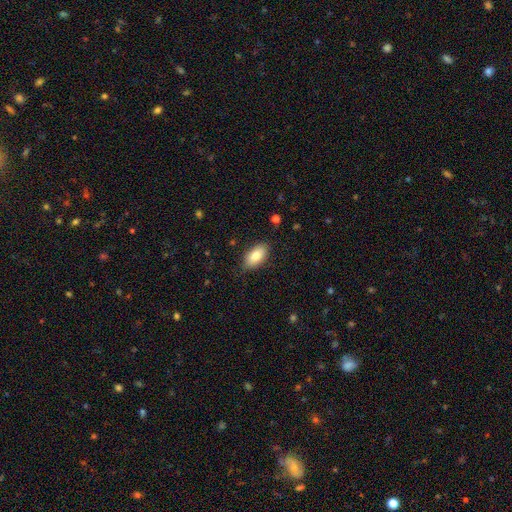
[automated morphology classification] A smooth galaxy with no disk features (82%) that is in between round and cigar-shaped (92%).

Vote fractions:
- Smooth or featured? smooth: 82% / featured or disk: 11% / star or artifact: 7%
- How rounded? in between: 92% / cigar-shaped: 4% / round: 4%
- Merging? none: 84% / minor disturbance: 12% / major disturbance: 2% / merger: 1%